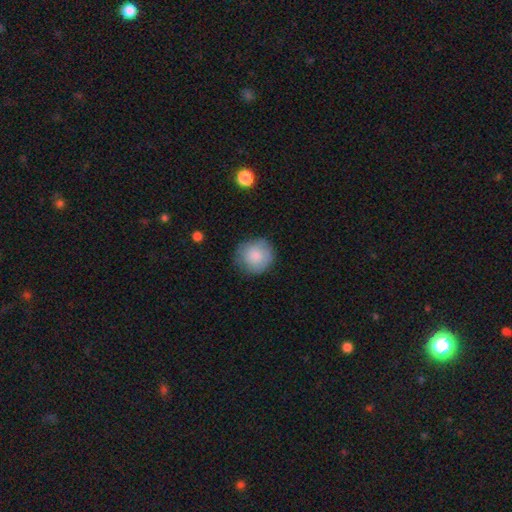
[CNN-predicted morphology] Smooth or featured? smooth (82%)
How rounded? round (90%)
Merging? none (77%)